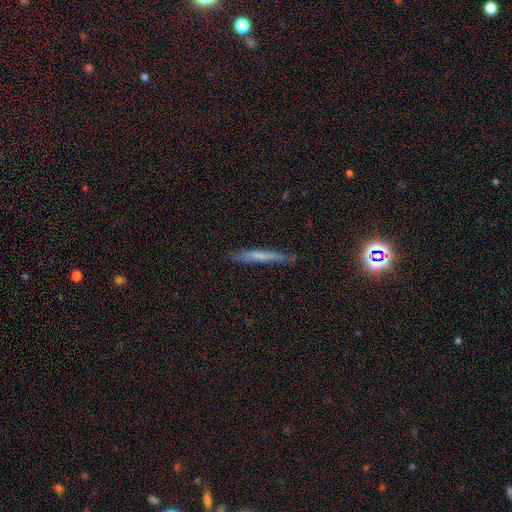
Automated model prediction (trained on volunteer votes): Overall: smooth (53%; featured or disk 35%). How rounded: cigar-shaped (94%). Merging: none (81%).